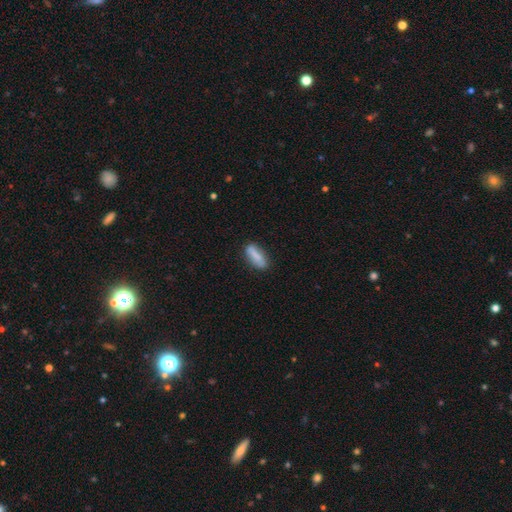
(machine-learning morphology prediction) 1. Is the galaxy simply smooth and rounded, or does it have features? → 77% smooth, 16% featured or disk, 7% star or artifact.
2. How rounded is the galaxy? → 54% in between, 43% cigar-shaped, 3% round.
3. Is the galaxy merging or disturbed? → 77% none, 17% minor disturbance, 4% major disturbance, 3% merger.